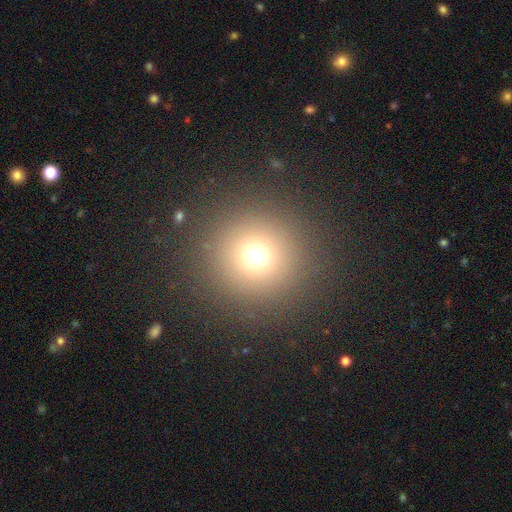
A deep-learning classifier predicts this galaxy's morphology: smooth-or-featured: smooth: 68% | star or artifact: 24% | featured or disk: 8%
  how-rounded: round: 95% | in between: 4% | cigar-shaped: 1%
  merging: none: 88% | minor disturbance: 6% | major disturbance: 4% | merger: 2%